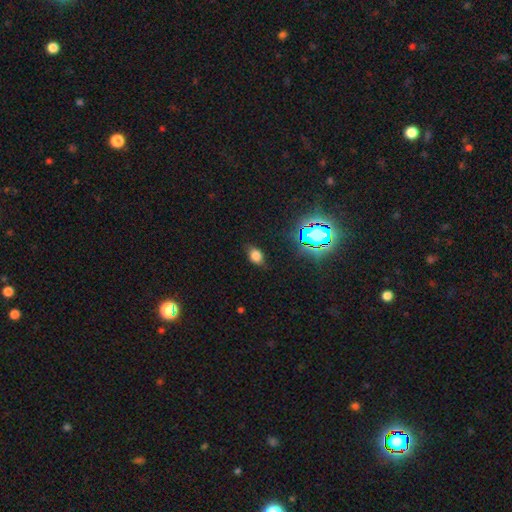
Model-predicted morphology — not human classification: Smooth or featured?
  - smooth: 72% *
  - star or artifact: 19%
  - featured or disk: 9%
How rounded?
  - in between: 77% *
  - round: 21%
  - cigar-shaped: 2%
Merging?
  - none: 78% *
  - minor disturbance: 17%
  - major disturbance: 4%
  - merger: 1%